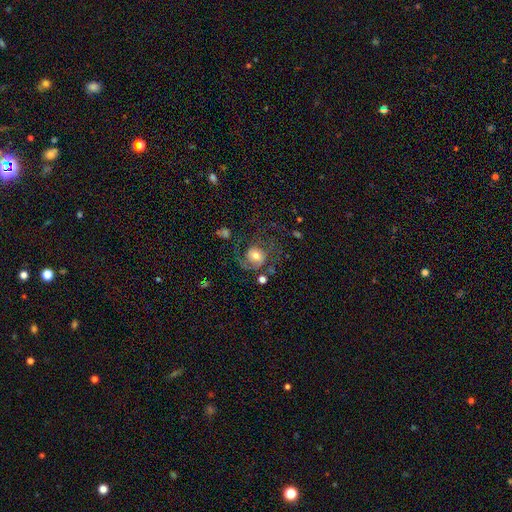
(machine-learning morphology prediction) The model was most divided on "merging": none: 46%, major disturbance: 33%, minor disturbance: 17%, merger: 4%. More confident: edge-on disk — no (97%); spiral arms — yes (82%); bar — no (71%); bulge size — moderate (64%); smooth or featured — featured or disk (61%).